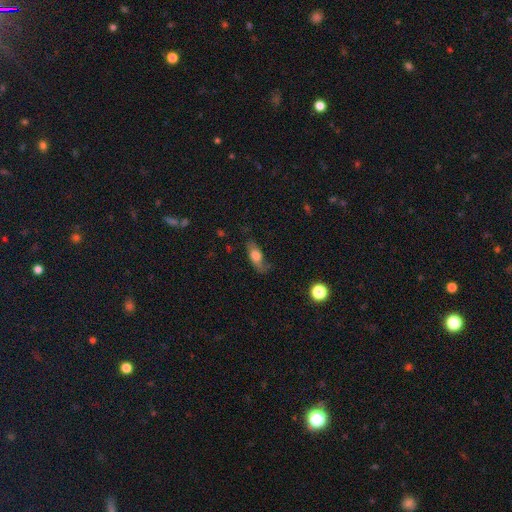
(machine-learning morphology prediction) A smooth galaxy with no disk features (61%) that is in between round and cigar-shaped (72%).

Vote fractions:
- Smooth or featured? smooth: 61% / featured or disk: 31% / star or artifact: 8%
- How rounded? in between: 72% / cigar-shaped: 21% / round: 7%
- Merging? none: 55% / minor disturbance: 27% / major disturbance: 15% / merger: 2%